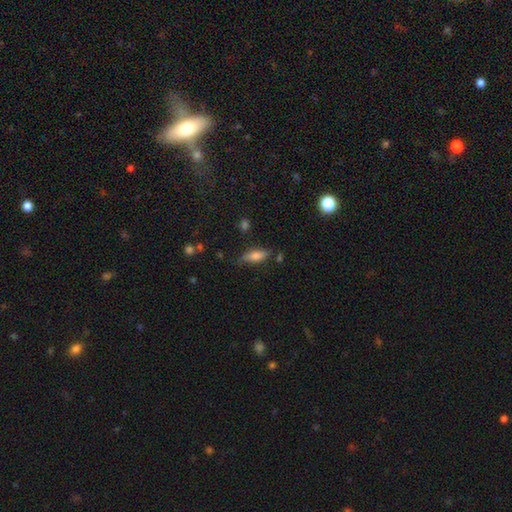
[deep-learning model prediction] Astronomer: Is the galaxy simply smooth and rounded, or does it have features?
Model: smooth — 67%.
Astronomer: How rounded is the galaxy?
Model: in between — 61% (runner-up: cigar-shaped, 36%).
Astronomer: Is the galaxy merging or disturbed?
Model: none — 71%.